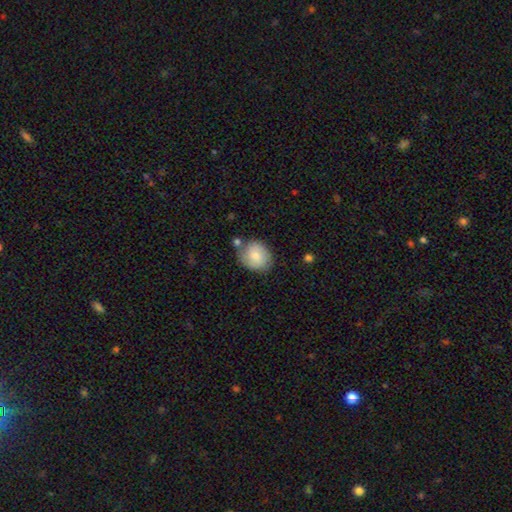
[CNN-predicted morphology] smooth 74%, featured or disk 19%, star or artifact 7%. Down the decision tree: how rounded — round (68%); merging — none (67%).